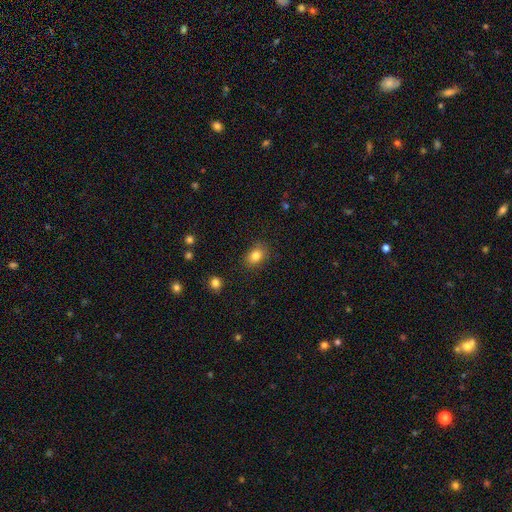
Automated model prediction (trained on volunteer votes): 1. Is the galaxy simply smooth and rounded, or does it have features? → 82% smooth, 10% star or artifact, 7% featured or disk.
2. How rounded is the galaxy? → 69% in between, 30% round, 1% cigar-shaped.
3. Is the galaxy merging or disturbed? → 84% none, 12% minor disturbance, 3% major disturbance, 1% merger.